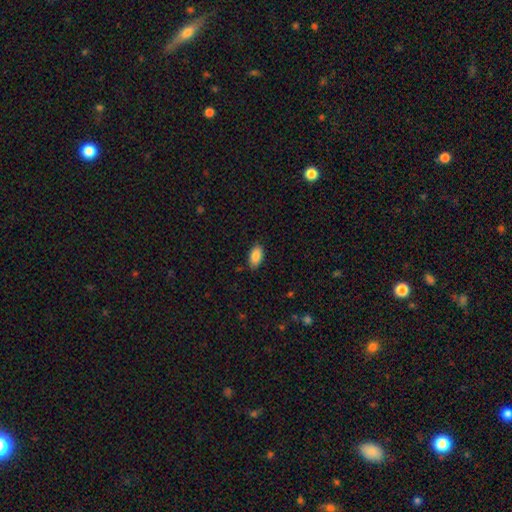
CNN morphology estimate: Overall: smooth (88%). How rounded: in between (93%). Merging: none (83%).